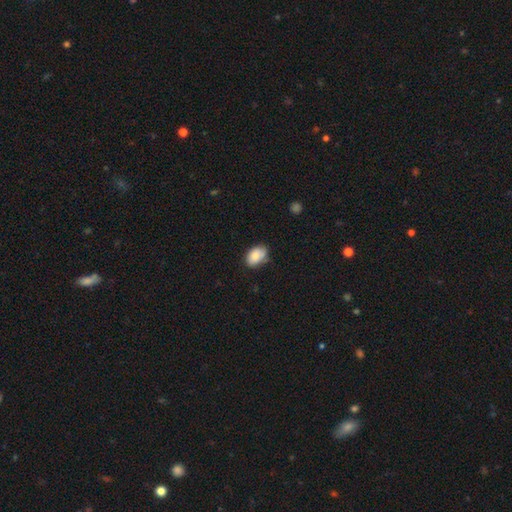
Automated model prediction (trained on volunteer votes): Morphology: type=smooth (82%); roundness=in between (86%); merging=none (63%).